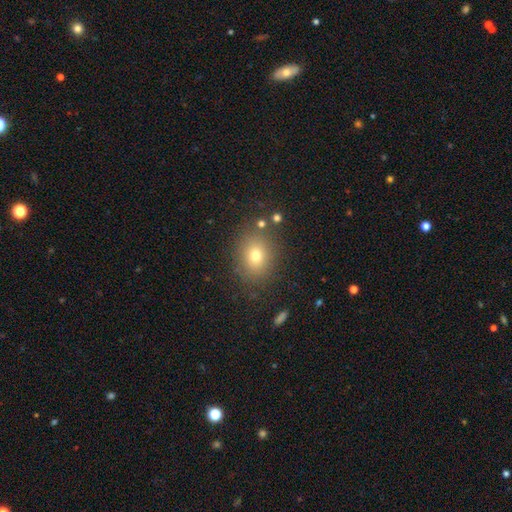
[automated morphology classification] This appears to be a smooth galaxy with no disk features (72%) that is round (54%). Merging: none (83%).